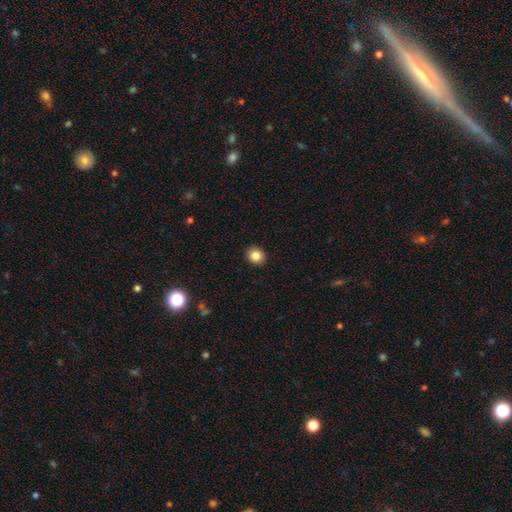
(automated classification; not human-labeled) smooth 84%, star or artifact 10%, featured or disk 6%. Down the decision tree: how rounded — round (79%); merging — none (92%).